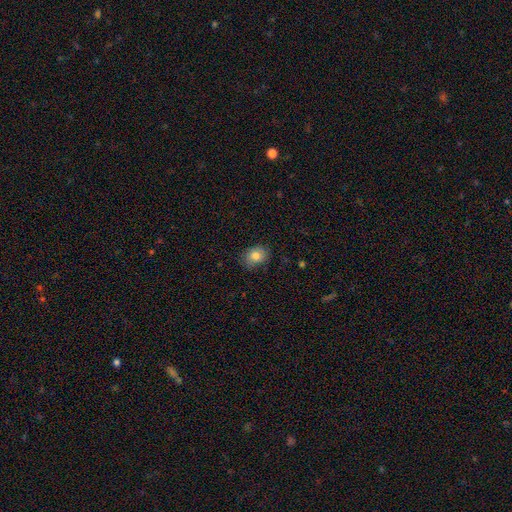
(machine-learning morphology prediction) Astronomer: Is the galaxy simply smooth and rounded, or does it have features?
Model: smooth — 81%.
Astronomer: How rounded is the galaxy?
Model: in between — 54% (runner-up: round, 45%).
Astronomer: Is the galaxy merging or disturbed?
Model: none — 81%.